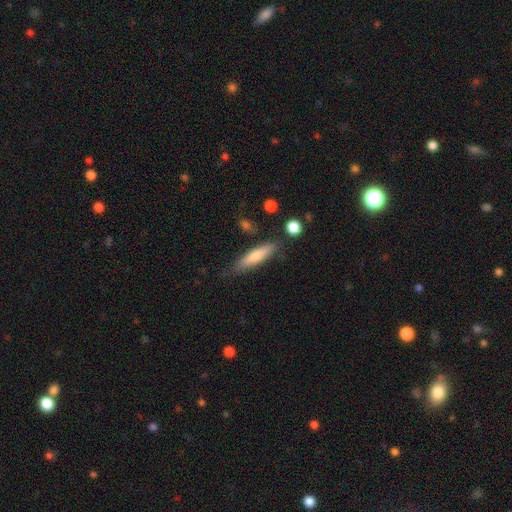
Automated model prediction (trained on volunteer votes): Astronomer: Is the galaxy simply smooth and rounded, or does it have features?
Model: smooth — 64%.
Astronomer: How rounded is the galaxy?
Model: cigar-shaped — 83%.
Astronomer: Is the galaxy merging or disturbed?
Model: none — 78%.